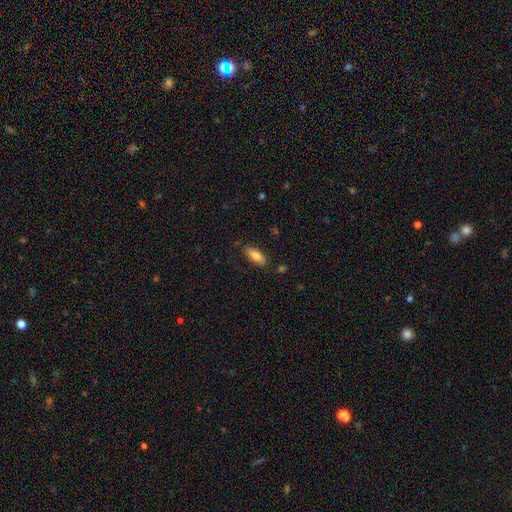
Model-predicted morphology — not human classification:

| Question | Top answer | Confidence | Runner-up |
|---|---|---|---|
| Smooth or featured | smooth | 79% | featured or disk (14%) |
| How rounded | in between | 70% | cigar-shaped (28%) |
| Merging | none | 83% | minor disturbance (12%) |